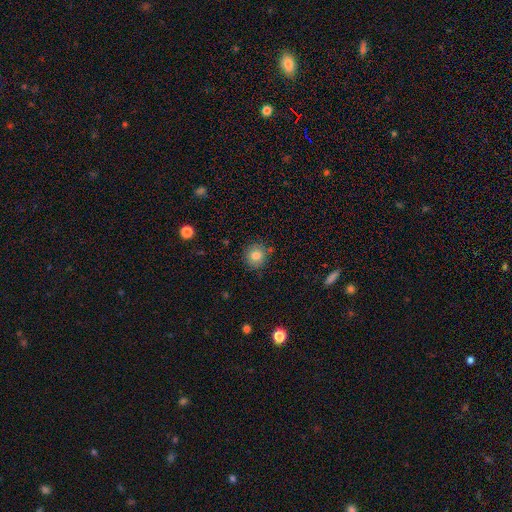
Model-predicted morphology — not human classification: Smooth or featured: smooth — 81% (star or artifact — 11%)
How rounded: round — 90% (in between — 9%)
Merging: none — 84% (minor disturbance — 10%)